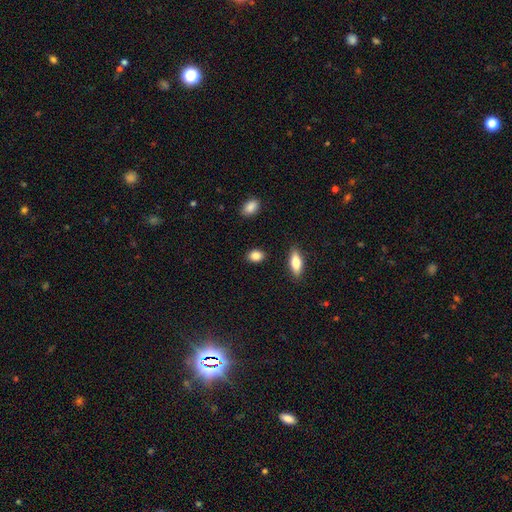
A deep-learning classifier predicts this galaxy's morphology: Smooth or featured? smooth (86%)
How rounded? in between (68%)
Merging? none (87%)